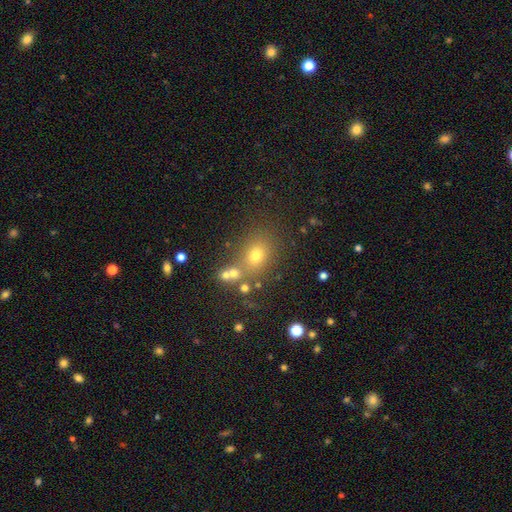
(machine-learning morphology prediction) A smooth galaxy with no disk features (66%) that is round (54%). Merging: none (67%).